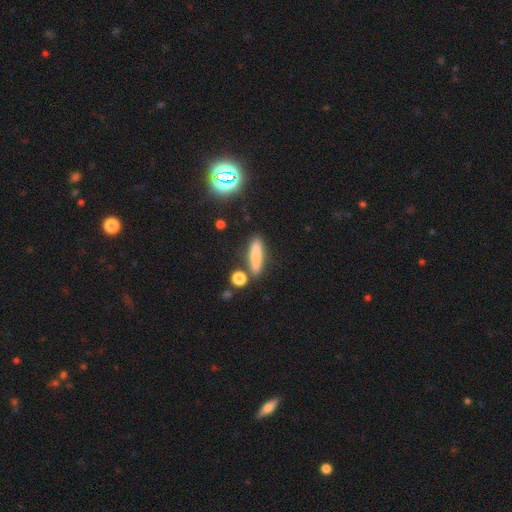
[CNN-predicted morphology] Smooth or featured?
  - smooth: 70% *
  - featured or disk: 20%
  - star or artifact: 10%
How rounded?
  - cigar-shaped: 79% *
  - in between: 18%
  - round: 3%
Merging?
  - none: 78% *
  - minor disturbance: 11%
  - merger: 7%
  - major disturbance: 3%